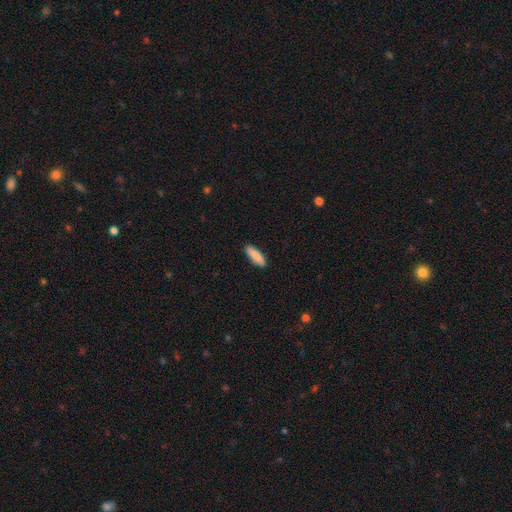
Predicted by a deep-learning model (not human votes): This appears to be a smooth galaxy with no disk features (88%) that is cigar-shaped (54%). Merging: none (89%).